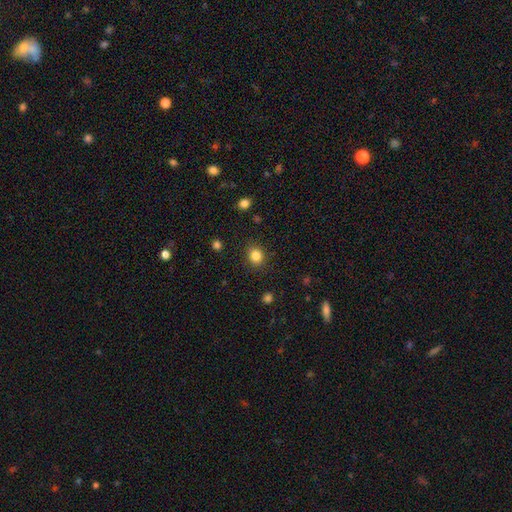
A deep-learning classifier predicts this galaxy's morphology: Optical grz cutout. It shows a smooth galaxy with no disk features (84%) that is round (70%). Merging: none (87%).